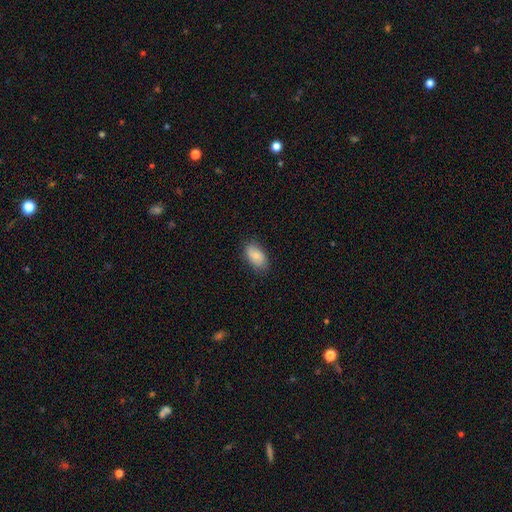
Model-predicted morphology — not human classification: Smooth or featured: smooth — 79% (featured or disk — 14%)
How rounded: in between — 93% (round — 5%)
Merging: none — 80% (minor disturbance — 16%)